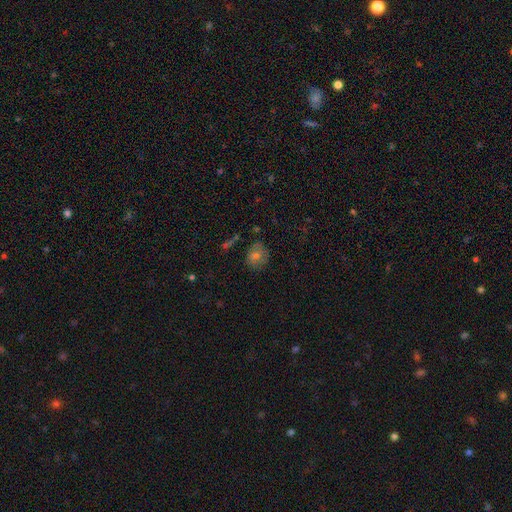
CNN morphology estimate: smooth 56%, featured or disk 26%, star or artifact 18%. Down the decision tree: how rounded — round (68%); merging — none (74%).